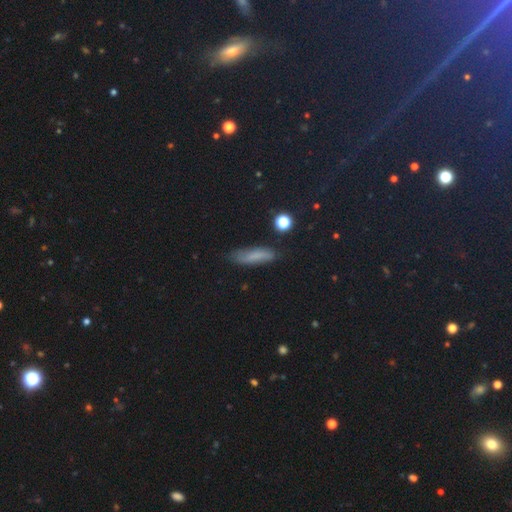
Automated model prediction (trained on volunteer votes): Smooth or featured? Predicted: smooth (p=0.69). How rounded? Predicted: cigar-shaped (p=0.64). Merging? Predicted: none (p=0.73).